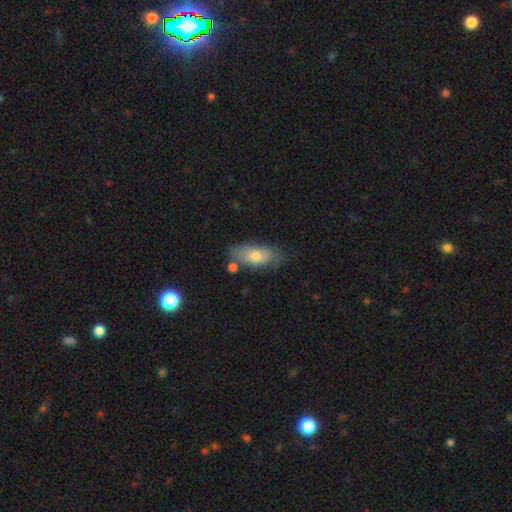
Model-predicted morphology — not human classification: Overall: smooth (71%). How rounded: in between (83%). Merging: none (69%).